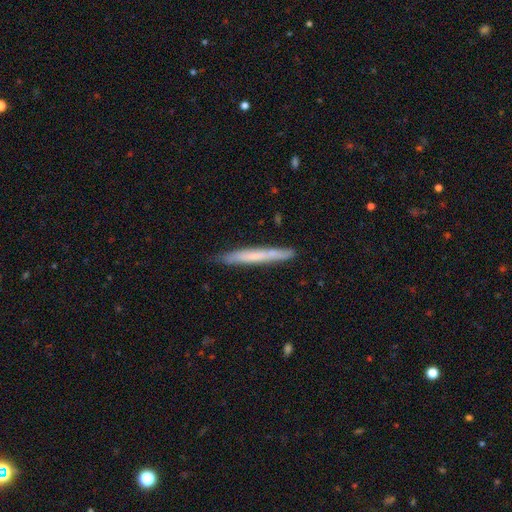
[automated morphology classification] smooth_or_featured: smooth (p=0.56) [alt: featured or disk p=0.38]
how_rounded: cigar-shaped (p=0.97) [alt: in between p=0.02]
merging: none (p=0.84) [alt: minor disturbance p=0.13]